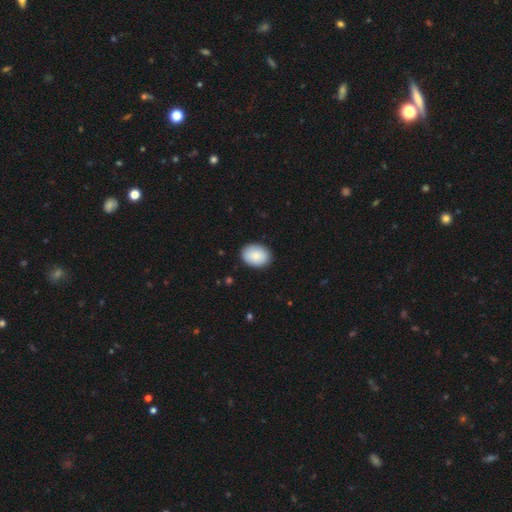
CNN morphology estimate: Smooth or featured? Predicted: smooth (p=0.87). How rounded? Predicted: in between (p=0.66). Merging? Predicted: none (p=0.88).